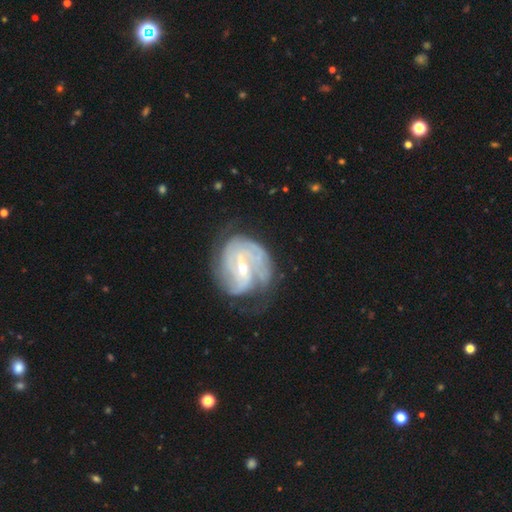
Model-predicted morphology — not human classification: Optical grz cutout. It shows a featured or disk galaxy (85%) with a weak bar (51%), 2 (34%) tight (55%) spiral arms (93%) and a small central bulge (55%). Merging: none (57%).